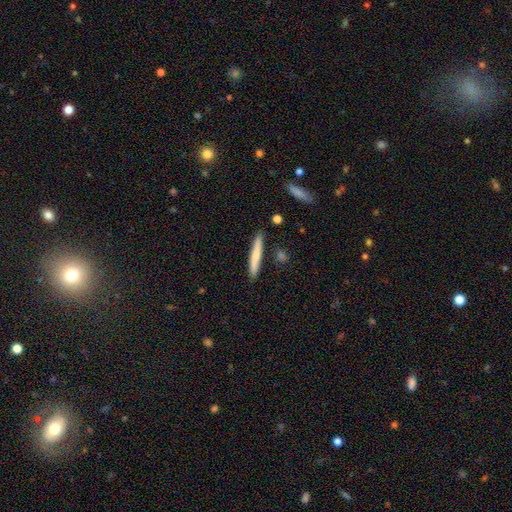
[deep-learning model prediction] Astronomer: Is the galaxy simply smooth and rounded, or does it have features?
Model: smooth — 69%.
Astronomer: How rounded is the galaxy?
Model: cigar-shaped — 95%.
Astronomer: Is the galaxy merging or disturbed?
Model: none — 88%.